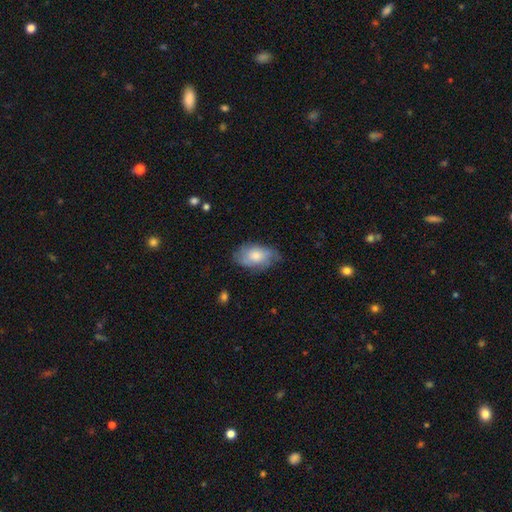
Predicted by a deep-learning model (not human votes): Q: Smooth or featured?
A: smooth (63%); runner-up: featured or disk (31%)
Q: How rounded?
A: in between (91%); runner-up: round (7%)
Q: Merging?
A: none (63%); runner-up: minor disturbance (28%)